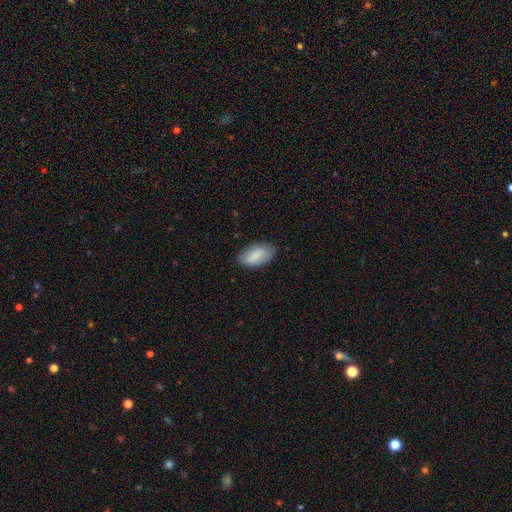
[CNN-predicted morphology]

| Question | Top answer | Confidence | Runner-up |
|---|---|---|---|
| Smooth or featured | smooth | 76% | featured or disk (17%) |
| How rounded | in between | 93% | cigar-shaped (4%) |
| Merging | none | 82% | minor disturbance (14%) |